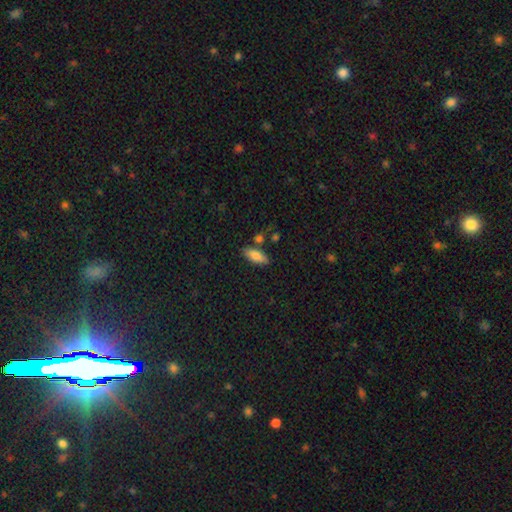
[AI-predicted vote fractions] Smooth or featured?
  - smooth: 82% *
  - featured or disk: 11%
  - star or artifact: 7%
How rounded?
  - in between: 76% *
  - cigar-shaped: 22%
  - round: 2%
Merging?
  - none: 79% *
  - minor disturbance: 12%
  - merger: 6%
  - major disturbance: 3%